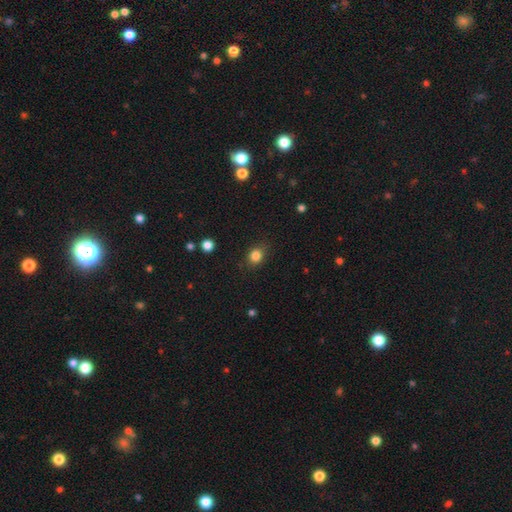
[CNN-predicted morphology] Smooth or featured: smooth — 84% (star or artifact — 11%)
How rounded: round — 64% (in between — 35%)
Merging: none — 82% (minor disturbance — 14%)